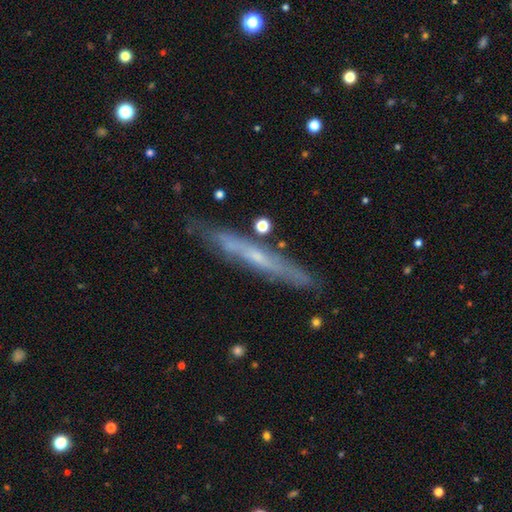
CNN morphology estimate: type=featured or disk (61%); edge-on=yes (85%); edge-on bulge=none (64%); merging=none (81%).